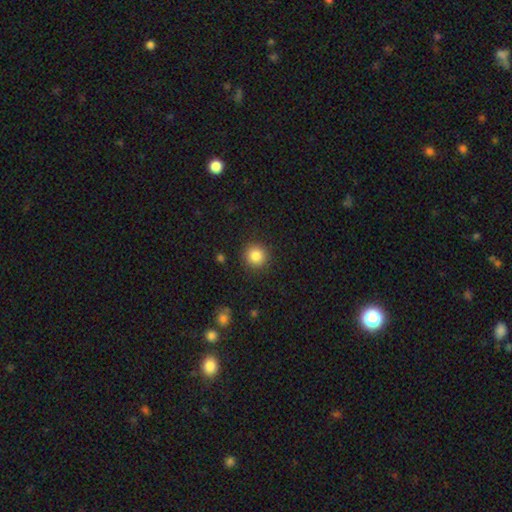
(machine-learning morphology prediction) Overall: smooth (85%). How rounded: round (94%). Merging: none (91%).